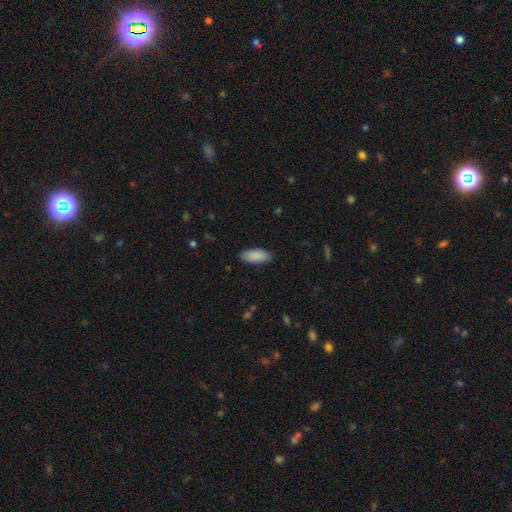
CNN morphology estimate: This appears to be a smooth galaxy with no disk features (90%) that is in between round and cigar-shaped (86%). Merging: none (87%).